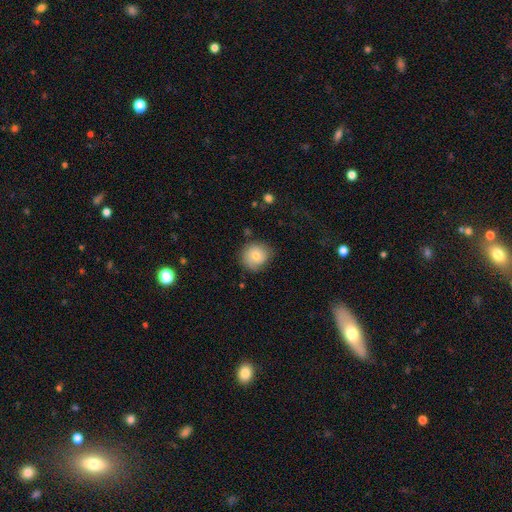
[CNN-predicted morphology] This is likely a smooth galaxy (69%). How rounded: clearly round (85%). Merging: likely none (70%).